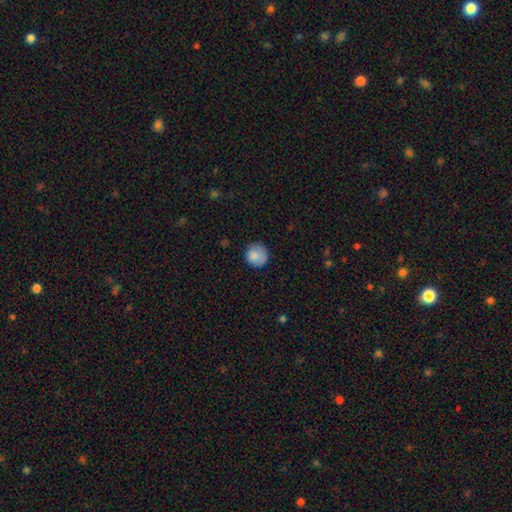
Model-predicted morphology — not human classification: Smooth or featured? smooth (85%)
How rounded? round (92%)
Merging? none (80%)